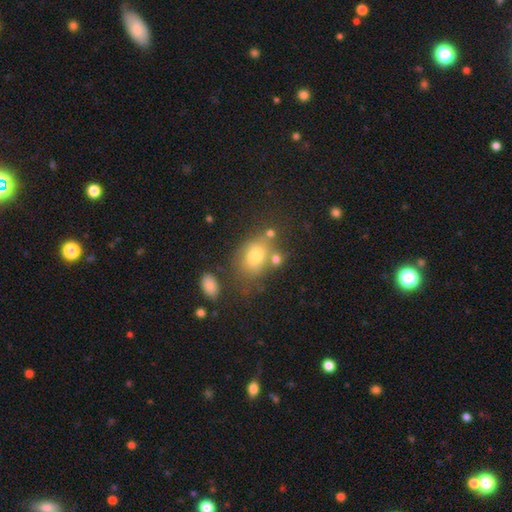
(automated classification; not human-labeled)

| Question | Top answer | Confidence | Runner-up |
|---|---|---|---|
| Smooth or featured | smooth | 70% | featured or disk (17%) |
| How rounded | in between | 68% | round (30%) |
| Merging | none | 51% | minor disturbance (21%) |